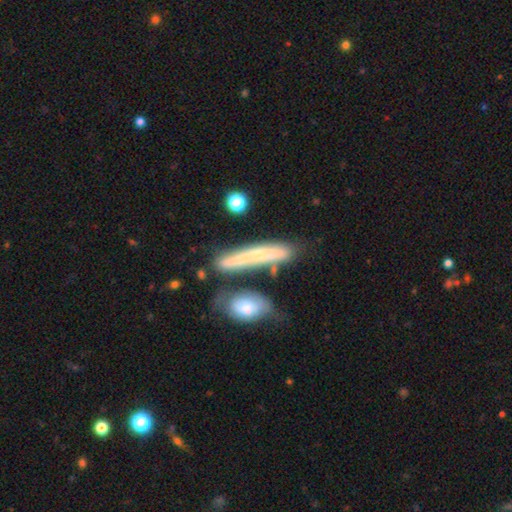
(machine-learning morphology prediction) The model was most divided on "smooth or featured": featured or disk: 47%, smooth: 45%, star or artifact: 8%. More confident: merging — none (57%).